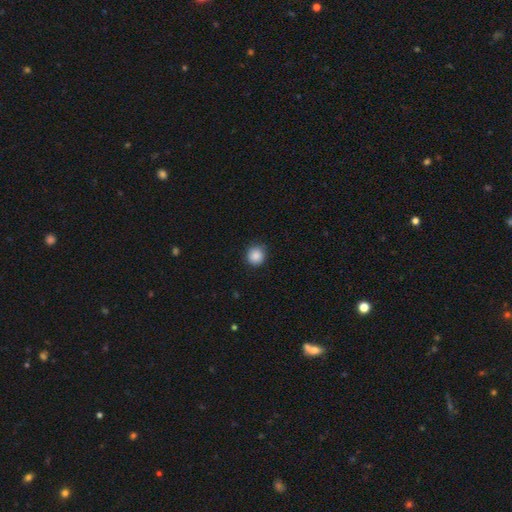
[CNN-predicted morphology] Smooth or featured?
  - smooth: 88% *
  - star or artifact: 9%
  - featured or disk: 3%
How rounded?
  - round: 92% *
  - in between: 7%
  - cigar-shaped: 1%
Merging?
  - none: 89% *
  - minor disturbance: 8%
  - major disturbance: 2%
  - merger: 1%